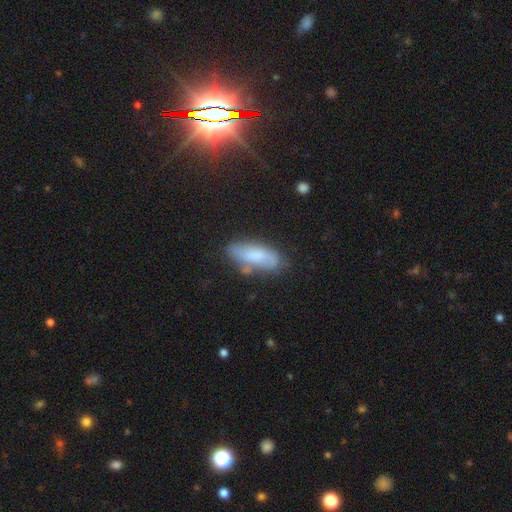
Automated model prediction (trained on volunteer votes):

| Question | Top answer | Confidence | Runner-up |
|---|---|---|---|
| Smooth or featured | smooth | 72% | featured or disk (21%) |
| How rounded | in between | 72% | cigar-shaped (26%) |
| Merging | none | 62% | minor disturbance (23%) |